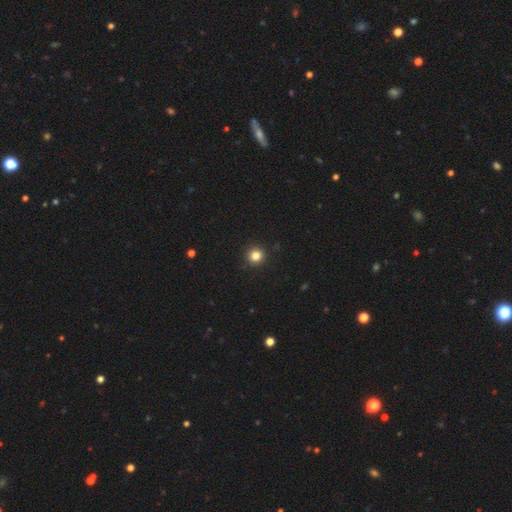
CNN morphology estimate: smooth-or-featured: smooth: 82% | star or artifact: 13% | featured or disk: 5%
  how-rounded: round: 94% | in between: 6% | cigar-shaped: 1%
  merging: none: 92% | minor disturbance: 6% | major disturbance: 2% | merger: 1%